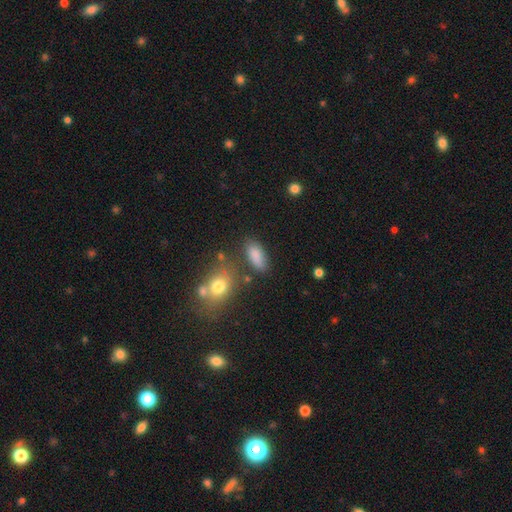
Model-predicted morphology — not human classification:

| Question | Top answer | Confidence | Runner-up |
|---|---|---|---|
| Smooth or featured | smooth | 85% | star or artifact (9%) |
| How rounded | in between | 85% | cigar-shaped (11%) |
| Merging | none | 71% | minor disturbance (17%) |